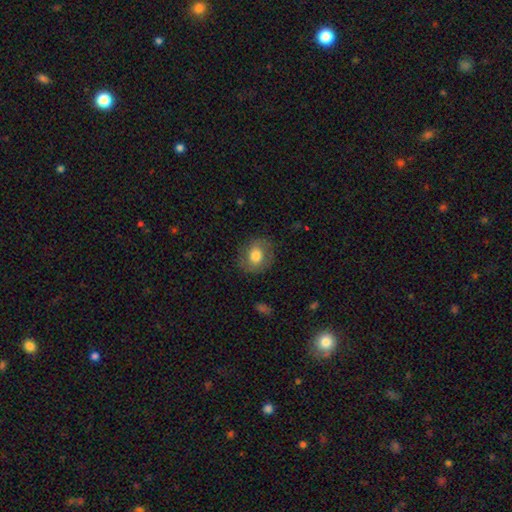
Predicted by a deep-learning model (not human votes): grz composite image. It shows a smooth galaxy with no disk features (70%) that is round (65%). Merging: none (81%).